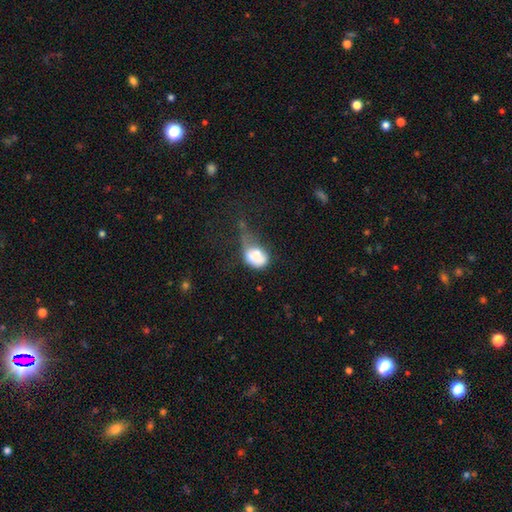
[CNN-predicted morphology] Overall: smooth (71%). How rounded: in between (64%; round 34%). Merging: major disturbance (43%; minor disturbance 27%).